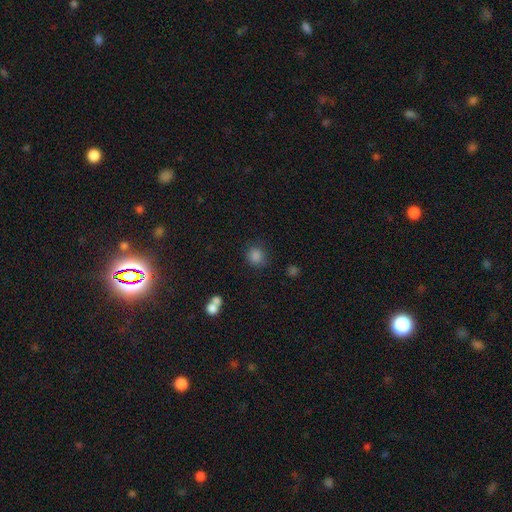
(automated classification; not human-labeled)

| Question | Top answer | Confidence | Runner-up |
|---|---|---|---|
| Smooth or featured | smooth | 84% | star or artifact (12%) |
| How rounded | round | 81% | in between (18%) |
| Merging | none | 78% | minor disturbance (13%) |